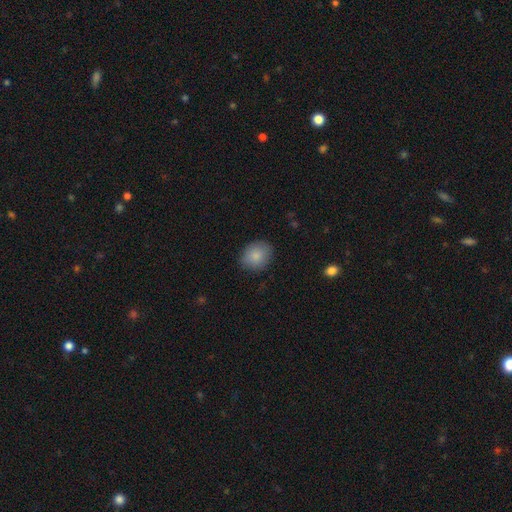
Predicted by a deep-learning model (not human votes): Smooth or featured? smooth (85%)
How rounded? round (56%)
Merging? none (84%)